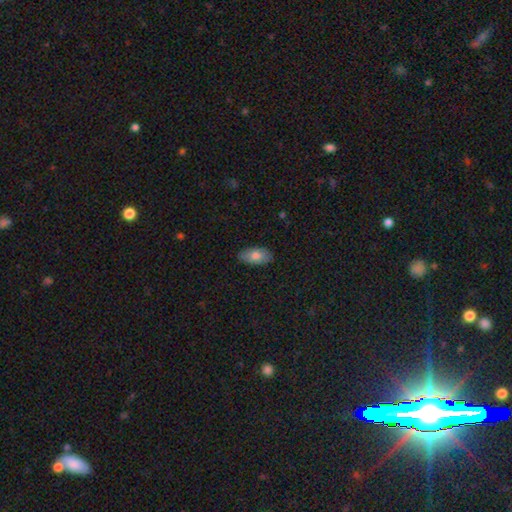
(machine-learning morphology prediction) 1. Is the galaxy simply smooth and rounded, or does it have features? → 79% smooth, 14% featured or disk, 7% star or artifact.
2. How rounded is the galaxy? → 93% in between, 4% cigar-shaped, 3% round.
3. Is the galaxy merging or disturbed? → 84% none, 13% minor disturbance, 2% major disturbance, 1% merger.